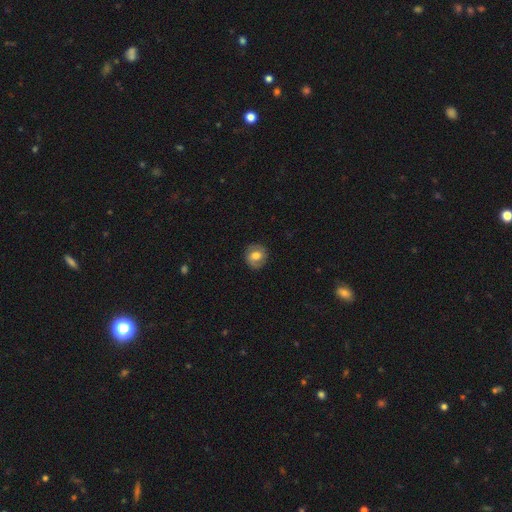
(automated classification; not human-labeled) Morphology: type=smooth (58%); roundness=round (80%); merging=none (84%).